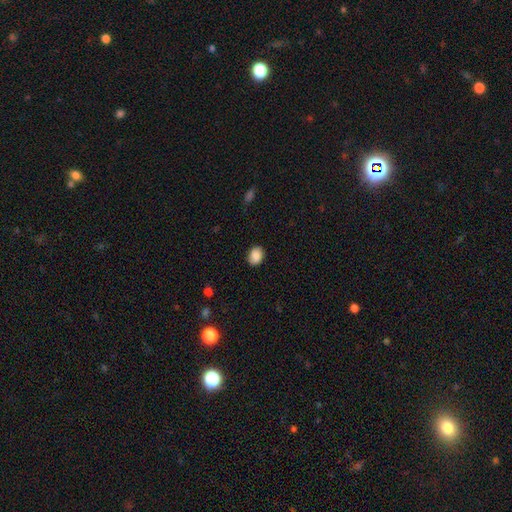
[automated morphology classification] Smooth or featured? Predicted: smooth (p=0.88). How rounded? Predicted: in between (p=0.58). Merging? Predicted: none (p=0.84).